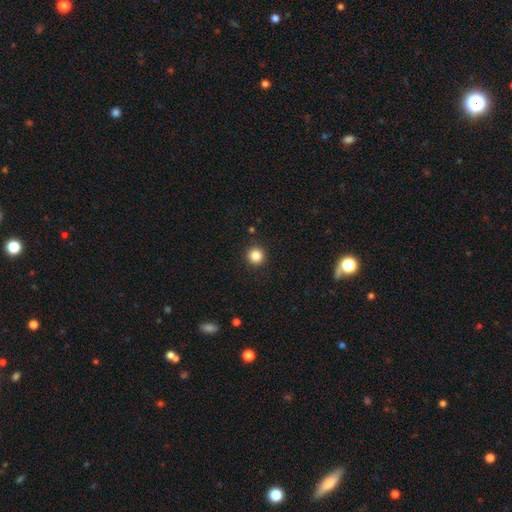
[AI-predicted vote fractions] A smooth galaxy with no disk features (84%) that is round (95%). Merging: none (92%).